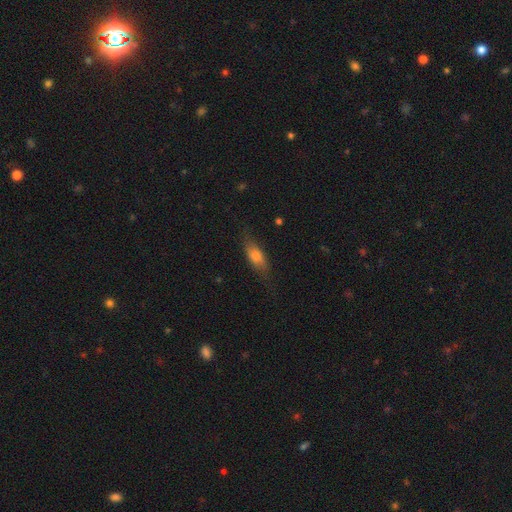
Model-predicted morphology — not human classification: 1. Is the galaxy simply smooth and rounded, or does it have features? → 69% smooth, 23% featured or disk, 8% star or artifact.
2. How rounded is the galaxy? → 70% in between, 26% cigar-shaped, 4% round.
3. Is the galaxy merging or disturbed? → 66% none, 23% minor disturbance, 9% major disturbance, 1% merger.